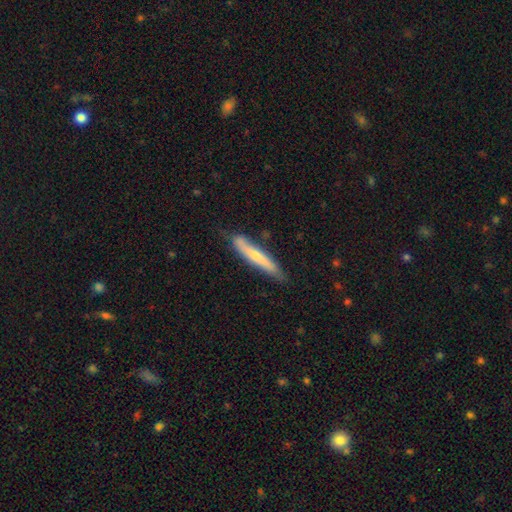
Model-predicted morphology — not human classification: This is possibly a smooth galaxy (54%). How rounded: clearly cigar-shaped (92%). Merging: likely none (74%).